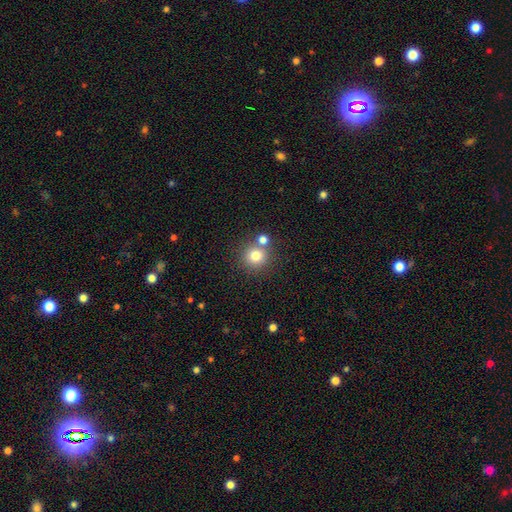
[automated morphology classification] type=smooth (78%); roundness=round (92%); merging=none (70%).